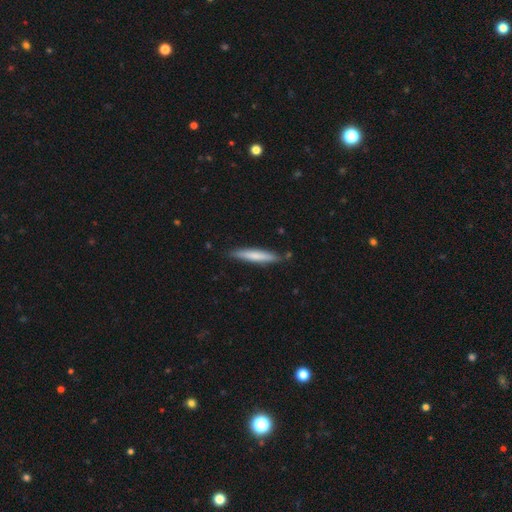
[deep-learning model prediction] Smooth or featured? Predicted: smooth (p=0.67). How rounded? Predicted: cigar-shaped (p=0.92). Merging? Predicted: none (p=0.85).